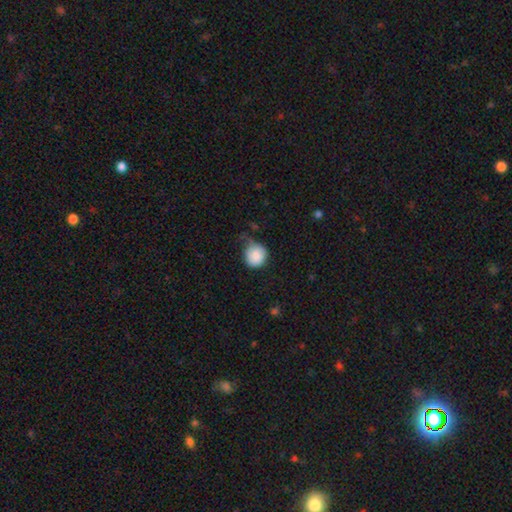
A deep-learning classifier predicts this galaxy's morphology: The model was most divided on "merging": none: 46%, minor disturbance: 38%, major disturbance: 13%, merger: 3%. More confident: how rounded — round (88%); smooth or featured — smooth (86%).